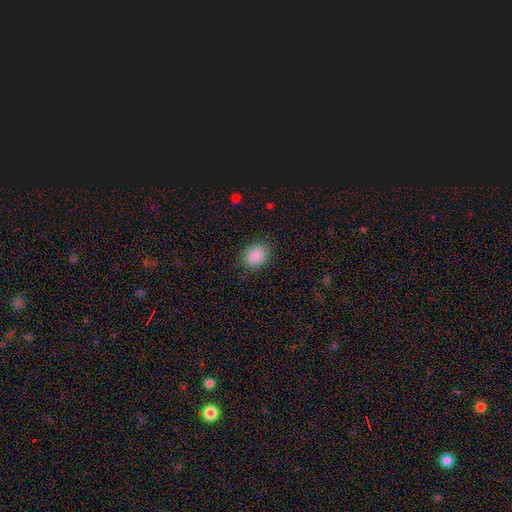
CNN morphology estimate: This appears to be a smooth galaxy with no disk features (89%) that is in between round and cigar-shaped (55%). Merging: none (85%).